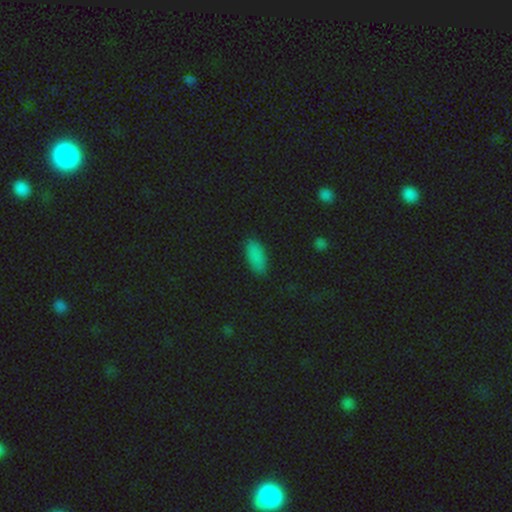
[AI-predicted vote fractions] smooth_or_featured: smooth (p=0.83) [alt: star or artifact p=0.12]
how_rounded: in between (p=0.87) [alt: cigar-shaped p=0.10]
merging: none (p=0.87) [alt: minor disturbance p=0.10]